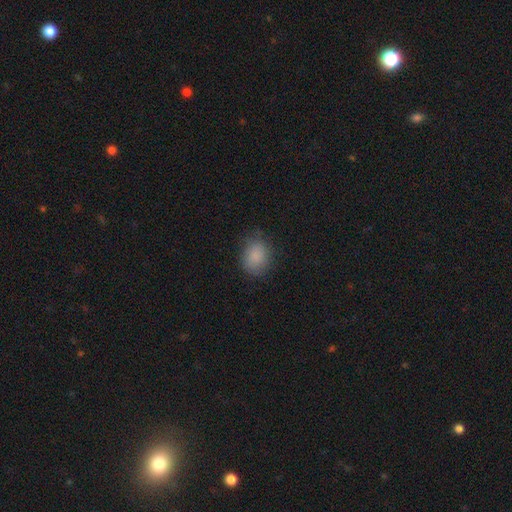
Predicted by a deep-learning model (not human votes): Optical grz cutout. It shows a smooth galaxy with no disk features (86%) that is in between round and cigar-shaped (55%). Merging: none (76%).